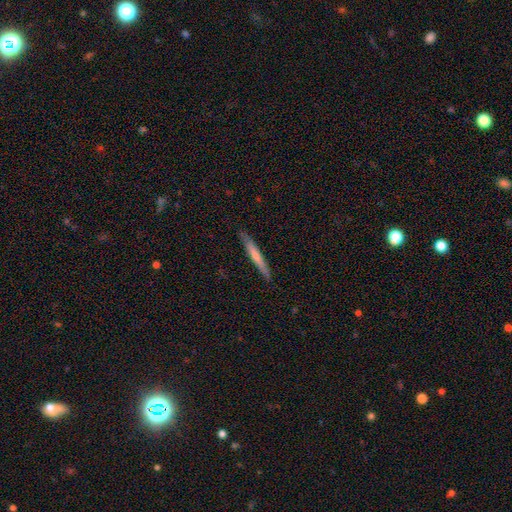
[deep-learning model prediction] Smooth or featured? Predicted: smooth (p=0.63). How rounded? Predicted: cigar-shaped (p=0.96). Merging? Predicted: none (p=0.89).